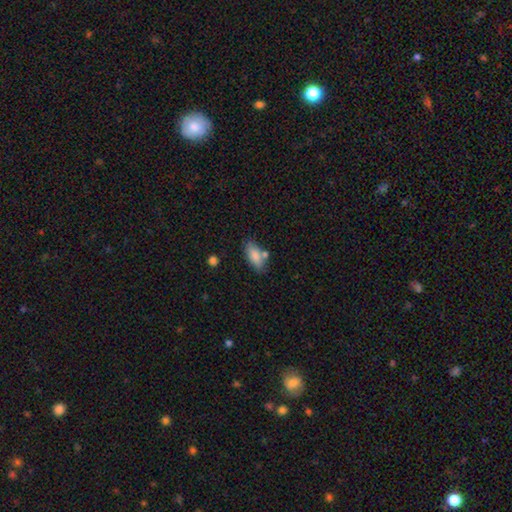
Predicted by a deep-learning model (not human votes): Smooth or featured: smooth — 82% (featured or disk — 11%)
How rounded: in between — 85% (cigar-shaped — 13%)
Merging: none — 66% (minor disturbance — 16%)